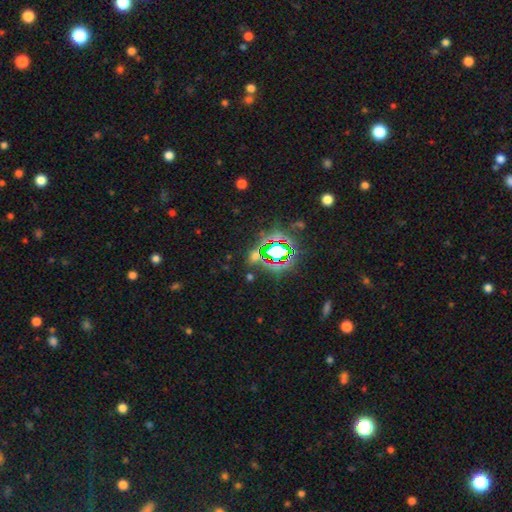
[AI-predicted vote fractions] A star or artifact, not a galaxy (67%).